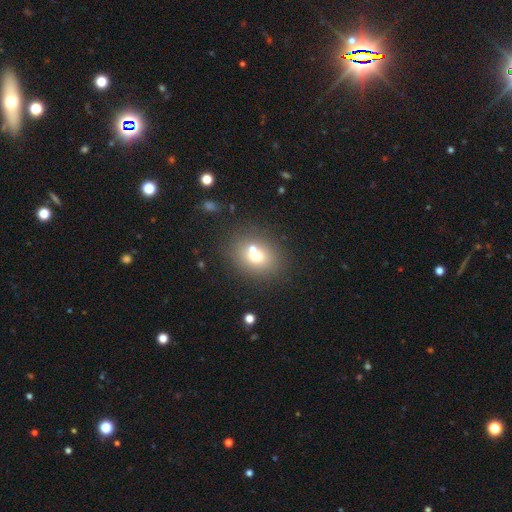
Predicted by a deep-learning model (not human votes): smooth 67%, featured or disk 19%, star or artifact 14%. Down the decision tree: how rounded — round (61%); merging — none (56%).